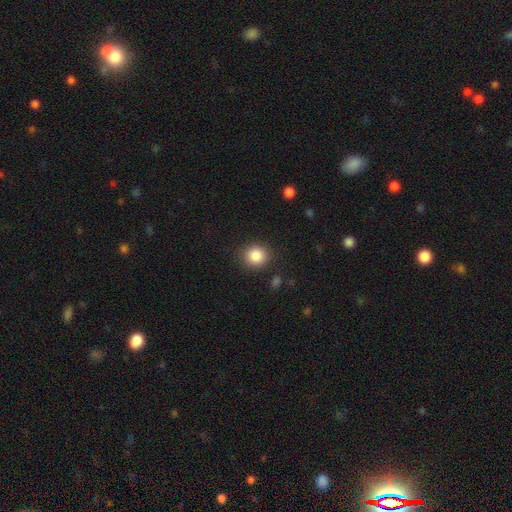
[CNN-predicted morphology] Overall: smooth (86%). How rounded: round (86%). Merging: none (88%).